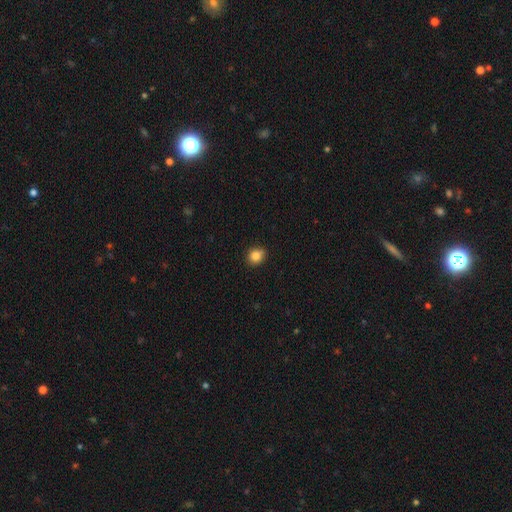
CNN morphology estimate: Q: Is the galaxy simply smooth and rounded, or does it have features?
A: smooth — 86%.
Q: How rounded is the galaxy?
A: round — 68%.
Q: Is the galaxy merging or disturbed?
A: none — 80%.